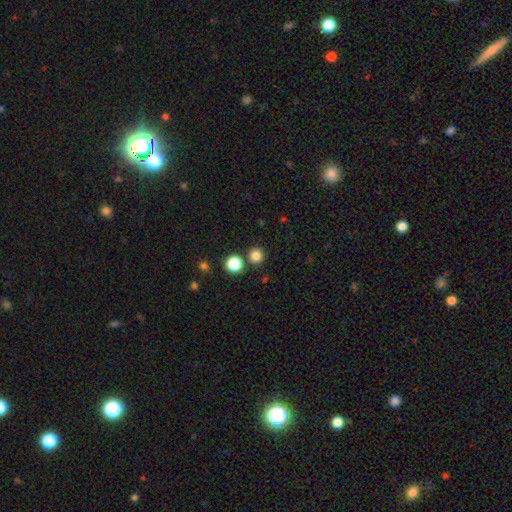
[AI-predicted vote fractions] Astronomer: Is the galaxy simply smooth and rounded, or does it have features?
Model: smooth — 82%.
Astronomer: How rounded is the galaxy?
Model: round — 94%.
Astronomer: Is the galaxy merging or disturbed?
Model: none — 84%.